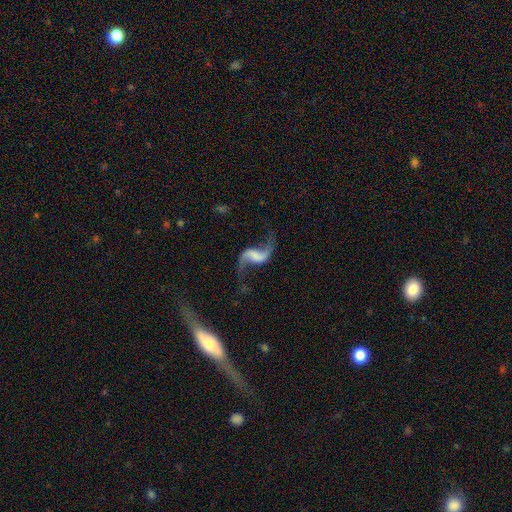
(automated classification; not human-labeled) Smooth or featured? featured or disk (88%)
Edge-on disk? no (97%)
Bar? weak (40%)
Spiral arms? yes (96%)
Spiral winding? loose (91%)
Spiral arm count? 2 (94%)
Bulge size? none (52%)
Merging? none (72%)